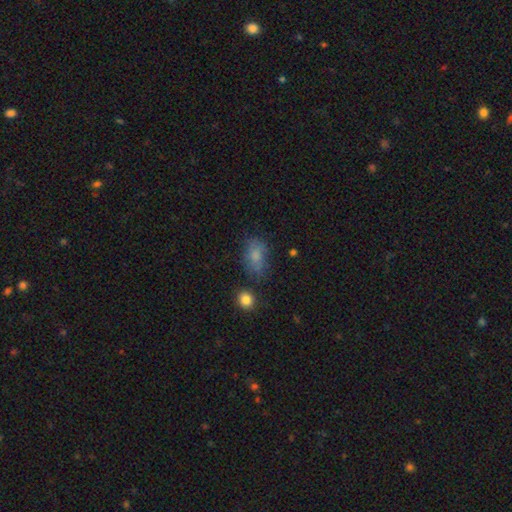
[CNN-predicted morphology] Smooth or featured? smooth (75%)
How rounded? in between (83%)
Merging? none (61%)